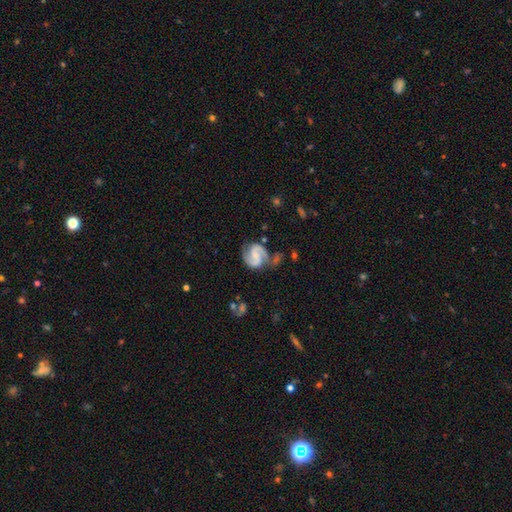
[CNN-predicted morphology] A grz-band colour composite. It shows a featured or disk galaxy (88%) with a weak bar (44%), 2 (93%) medium (55%) spiral arms (98%) and a small central bulge (38%). Merging: none (67%).